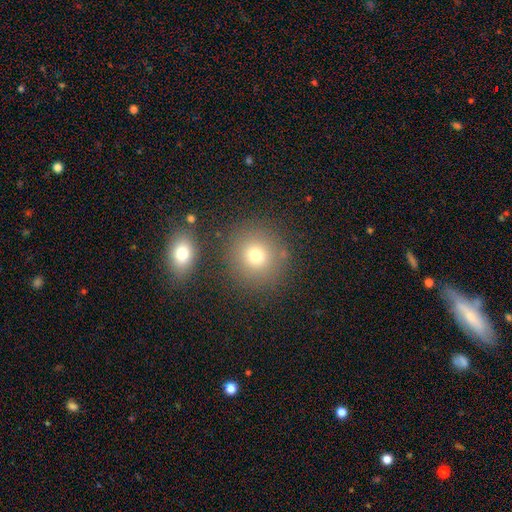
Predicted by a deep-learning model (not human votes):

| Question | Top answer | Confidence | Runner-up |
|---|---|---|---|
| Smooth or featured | smooth | 73% | star or artifact (16%) |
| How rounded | round | 92% | in between (7%) |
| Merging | none | 82% | minor disturbance (8%) |